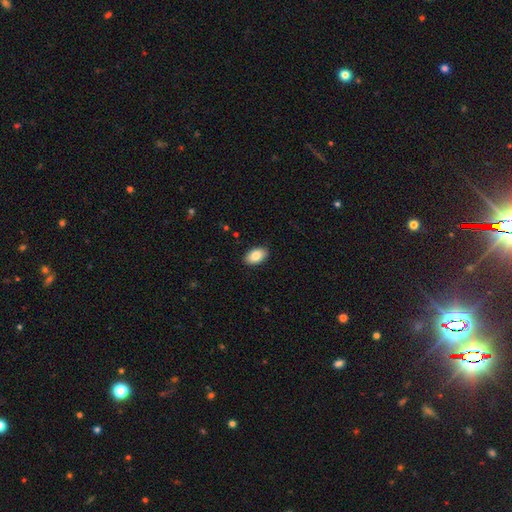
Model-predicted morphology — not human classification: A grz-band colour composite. It shows a smooth galaxy with no disk features (86%) that is in between round and cigar-shaped (93%). Merging: none (90%).